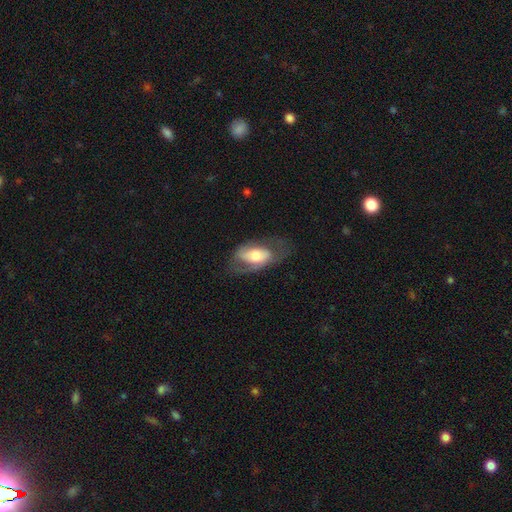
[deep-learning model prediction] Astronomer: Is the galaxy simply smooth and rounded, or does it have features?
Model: featured or disk — 52% (runner-up: smooth, 42%).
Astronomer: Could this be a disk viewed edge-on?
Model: no — 89%.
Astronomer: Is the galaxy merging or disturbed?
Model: none — 54%.